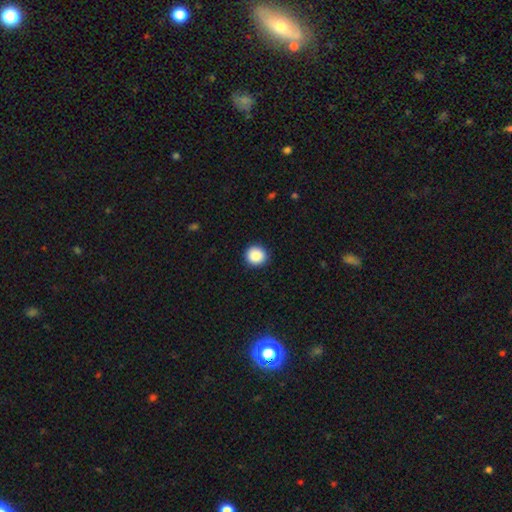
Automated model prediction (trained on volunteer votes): Q: Smooth or featured?
A: smooth (89%); runner-up: star or artifact (8%)
Q: How rounded?
A: round (92%); runner-up: in between (7%)
Q: Merging?
A: none (91%); runner-up: minor disturbance (6%)